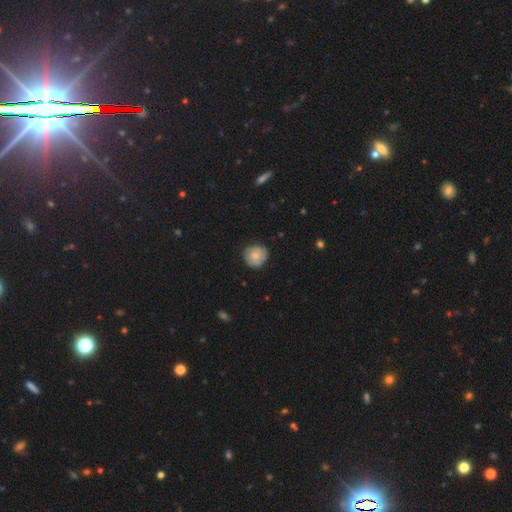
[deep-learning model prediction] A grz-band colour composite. It shows a smooth galaxy with no disk features (70%) that is round (88%). Merging: none (76%).